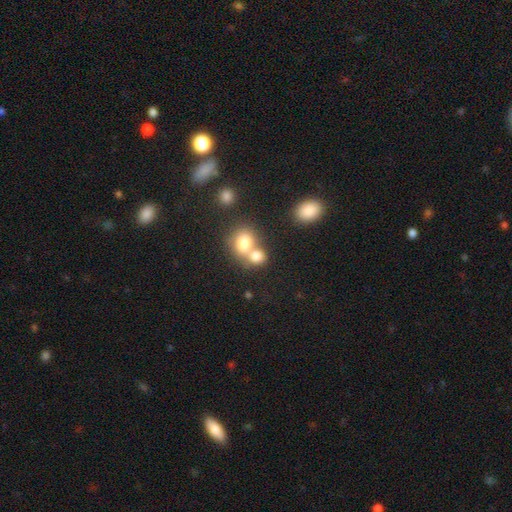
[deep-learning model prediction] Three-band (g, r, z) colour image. It shows a smooth galaxy with no disk features (78%) that is round (64%). Merging: merger (57%).